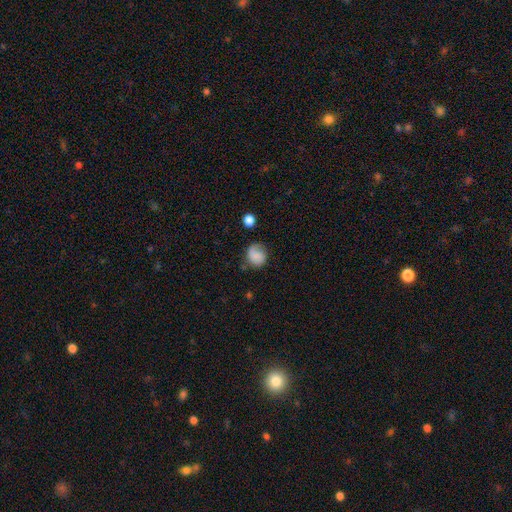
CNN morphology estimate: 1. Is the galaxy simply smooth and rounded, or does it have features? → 69% smooth, 21% featured or disk, 9% star or artifact.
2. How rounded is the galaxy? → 72% round, 27% in between, 1% cigar-shaped.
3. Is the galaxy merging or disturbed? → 59% none, 26% minor disturbance, 12% major disturbance, 3% merger.